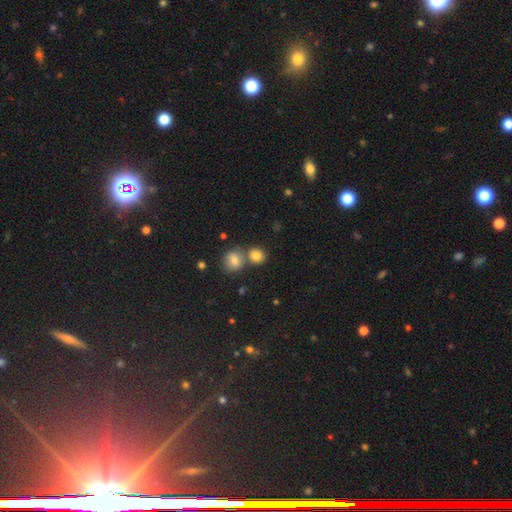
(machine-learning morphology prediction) Smooth or featured: smooth — 82% (star or artifact — 11%)
How rounded: round — 77% (in between — 22%)
Merging: none — 54% (merger — 35%)